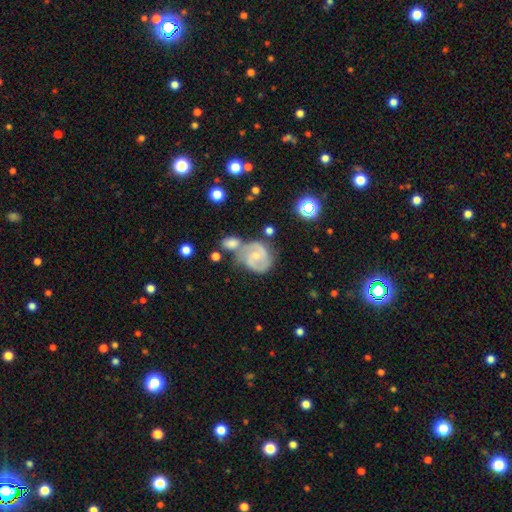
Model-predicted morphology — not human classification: smooth-or-featured: featured or disk: 77% | smooth: 17% | star or artifact: 7%
  disk-edge-on: no: 98% | yes: 2%
    bar: no: 46% | weak: 44% | strong: 11%
    has-spiral-arms: yes: 93% | no: 7%
      spiral-winding: medium: 50% | tight: 35% | loose: 15%
      spiral-arm-count: 2: 83% | can't tell: 8% | 3: 3% | 1: 3% | 4: 1% | more than 4: 1%
    bulge-size: small: 58% | moderate: 35% | none: 4% | large: 1% | dominant: 1%
  merging: none: 45% | merger: 28% | minor disturbance: 19% | major disturbance: 9%